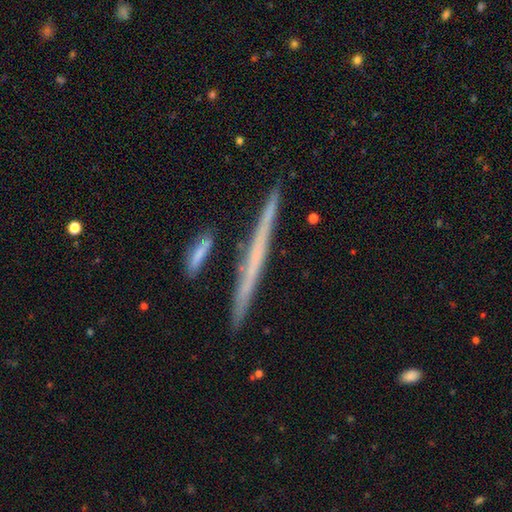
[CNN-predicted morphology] Overall: featured or disk (56%; smooth 38%). Edge-on disk: yes (96%). Edge-on bulge: none (89%). Merging: none (86%).